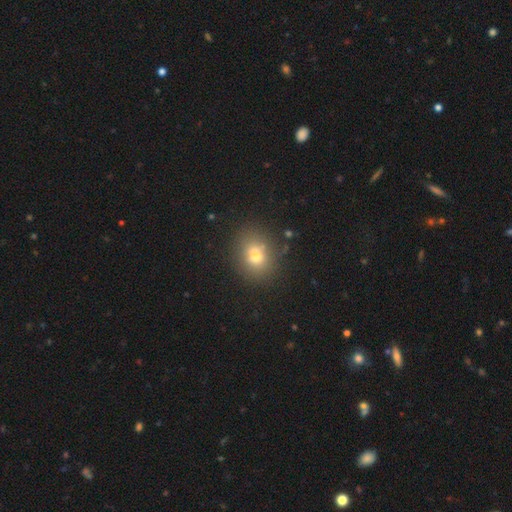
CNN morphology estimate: The model was most divided on "how rounded": round: 54%, in between: 45%, cigar-shaped: 1%. More confident: merging — none (73%); smooth or featured — smooth (70%).